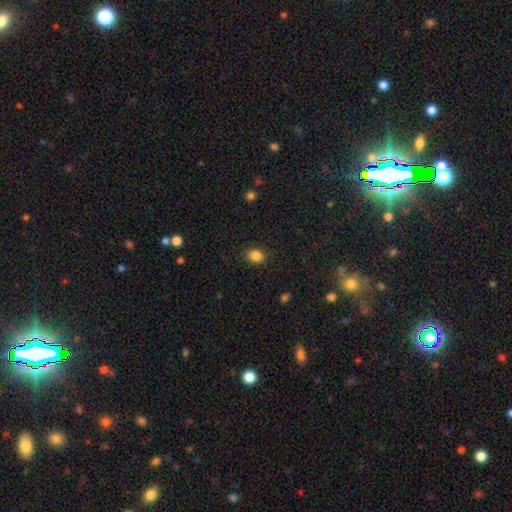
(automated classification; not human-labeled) smooth 86%, star or artifact 10%, featured or disk 4%. Down the decision tree: how rounded — in between (55%); merging — none (88%).